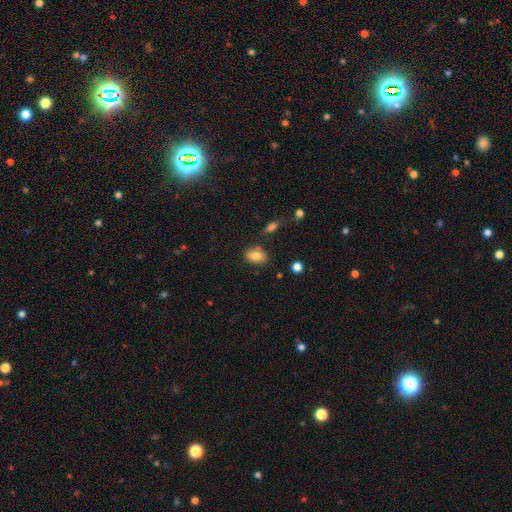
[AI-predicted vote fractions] This appears to be a smooth galaxy with no disk features (80%) that is in between round and cigar-shaped (86%). Merging: none (78%).